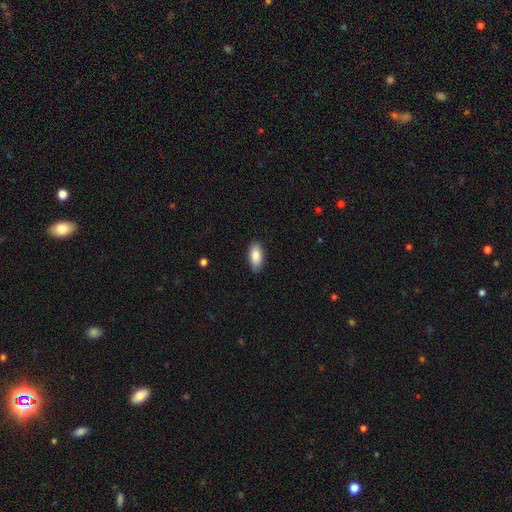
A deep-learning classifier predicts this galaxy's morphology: Overall: smooth (87%). How rounded: in between (89%). Merging: none (85%).